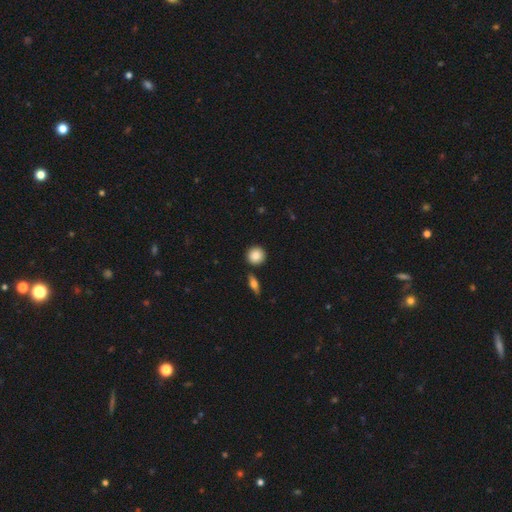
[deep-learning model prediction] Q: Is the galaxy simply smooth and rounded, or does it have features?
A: smooth — 84%.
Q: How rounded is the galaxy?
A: round — 90%.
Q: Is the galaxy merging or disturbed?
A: none — 86%.